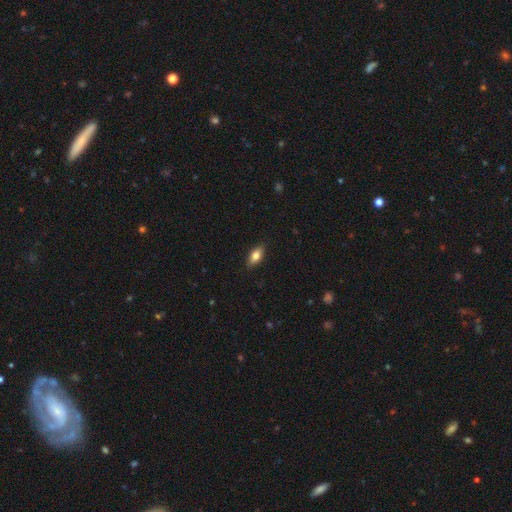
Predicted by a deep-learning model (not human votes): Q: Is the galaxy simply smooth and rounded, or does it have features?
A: smooth — 78%.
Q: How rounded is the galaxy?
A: in between — 86%.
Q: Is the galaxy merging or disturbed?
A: none — 87%.